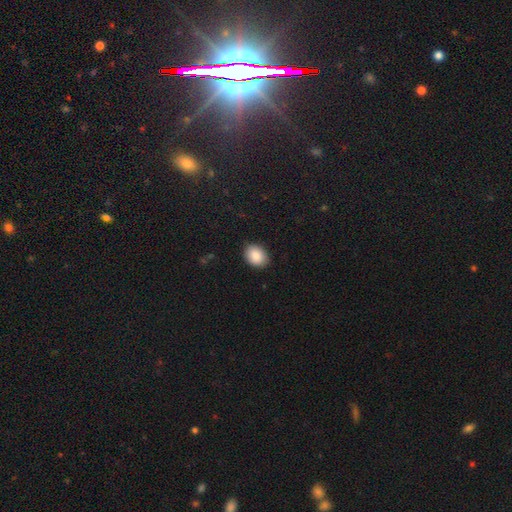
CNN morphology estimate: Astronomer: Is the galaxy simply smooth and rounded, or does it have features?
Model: smooth — 89%.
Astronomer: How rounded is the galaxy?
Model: in between — 66%.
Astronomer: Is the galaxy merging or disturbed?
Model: none — 87%.